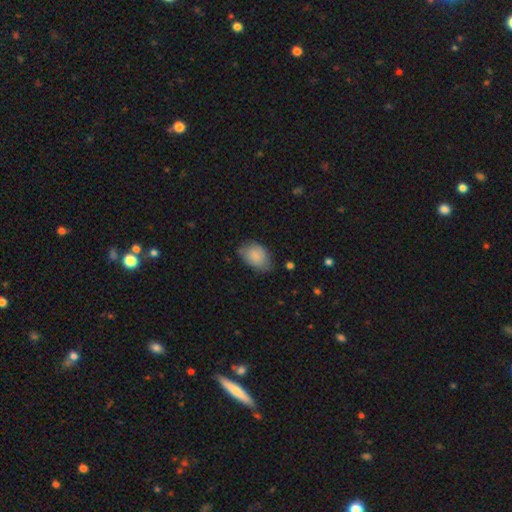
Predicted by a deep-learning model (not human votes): A smooth galaxy with no disk features (83%) that is in between round and cigar-shaped (87%). Merging: none (61%).